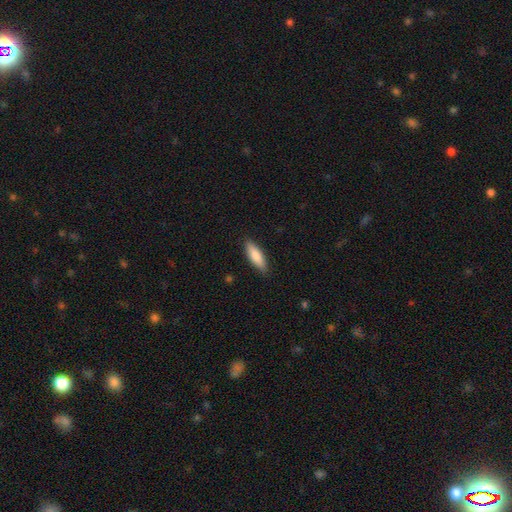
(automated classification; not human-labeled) Overall: smooth (82%). How rounded: in between (50%; cigar-shaped 48%). Merging: none (87%).